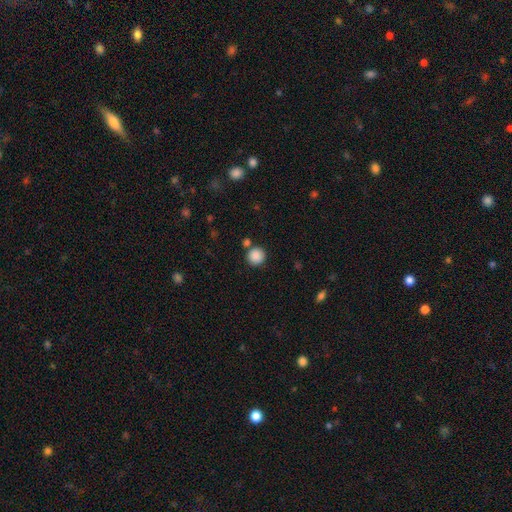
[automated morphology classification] smooth_or_featured: smooth (p=0.88) [alt: star or artifact p=0.09]
how_rounded: round (p=0.94) [alt: in between p=0.05]
merging: none (p=0.80) [alt: merger p=0.09]